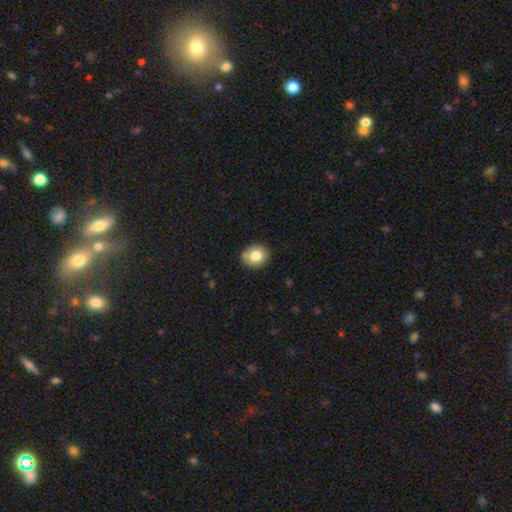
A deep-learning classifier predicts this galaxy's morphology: This is likely a smooth galaxy (79%). How rounded: likely round (78%). Merging: likely none (78%).